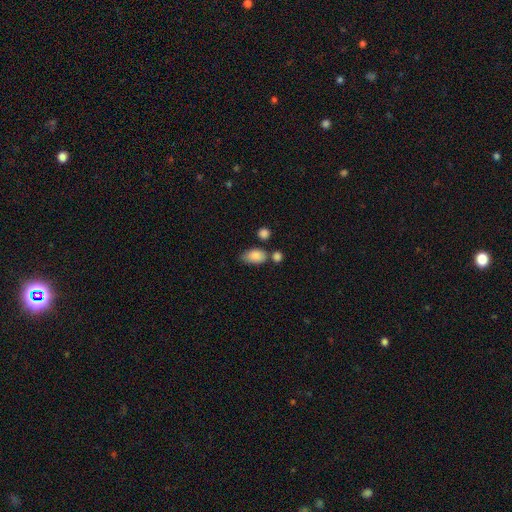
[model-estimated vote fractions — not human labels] The model was most divided on "merging": none: 55%, minor disturbance: 22%, merger: 17%, major disturbance: 6%. More confident: how rounded — in between (90%); smooth or featured — smooth (86%).